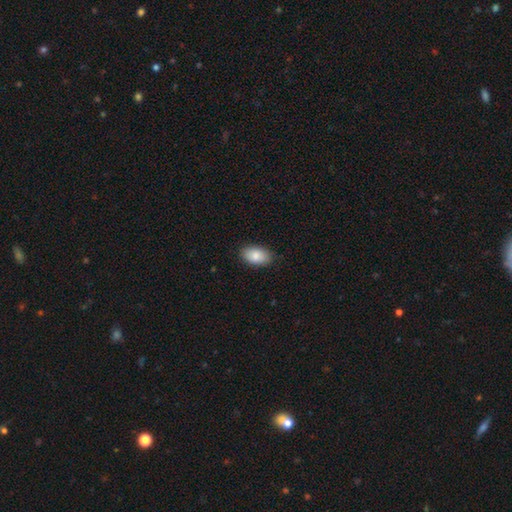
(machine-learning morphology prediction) smooth_or_featured: smooth (p=0.86) [alt: featured or disk p=0.07]
how_rounded: in between (p=0.92) [alt: round p=0.06]
merging: none (p=0.84) [alt: minor disturbance p=0.12]